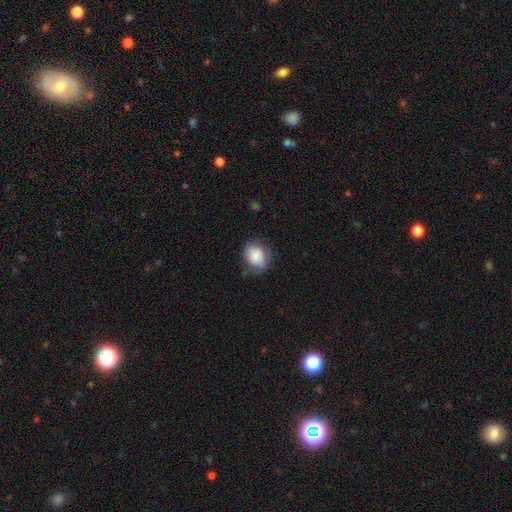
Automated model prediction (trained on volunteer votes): This is likely a smooth galaxy (78%). How rounded: possibly in between (56%). Merging: likely none (61%).